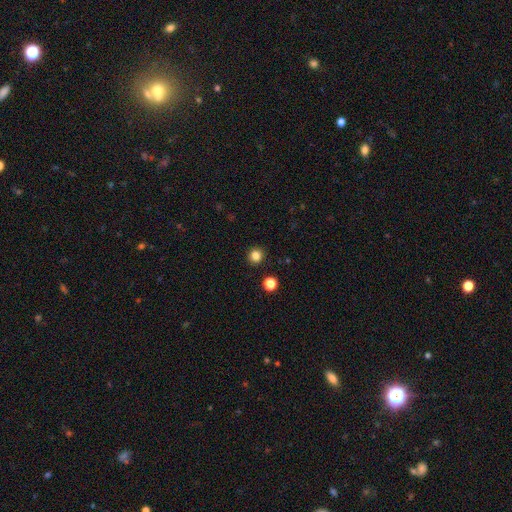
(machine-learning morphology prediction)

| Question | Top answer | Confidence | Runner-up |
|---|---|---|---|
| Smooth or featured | smooth | 83% | star or artifact (13%) |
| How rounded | round | 92% | in between (7%) |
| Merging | none | 92% | minor disturbance (5%) |